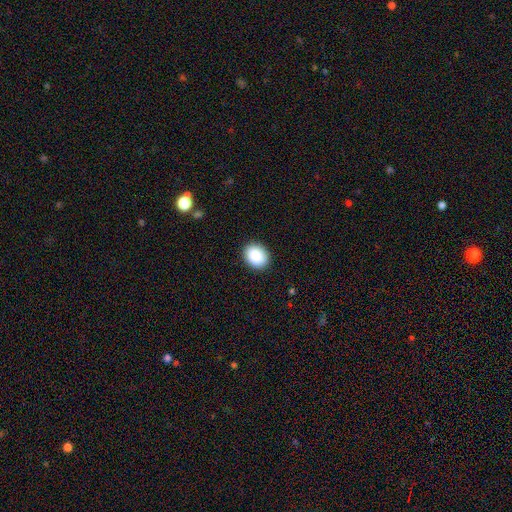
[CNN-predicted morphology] The model was most divided on "how rounded": in between: 56%, round: 43%, cigar-shaped: 1%. More confident: merging — none (90%); smooth or featured — smooth (89%).